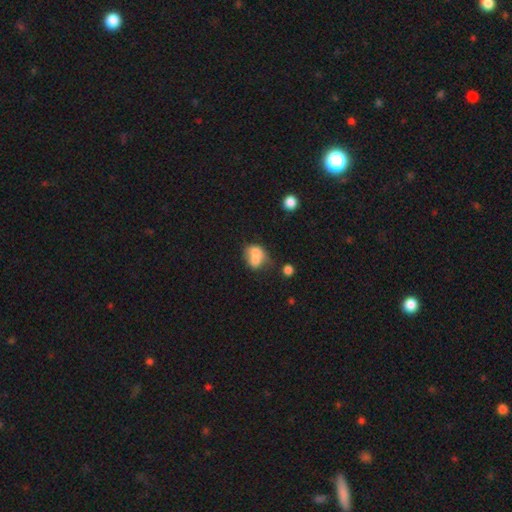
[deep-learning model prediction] This is likely a smooth galaxy (69%). How rounded: possibly in between (54%). Merging: possibly merger (59%).